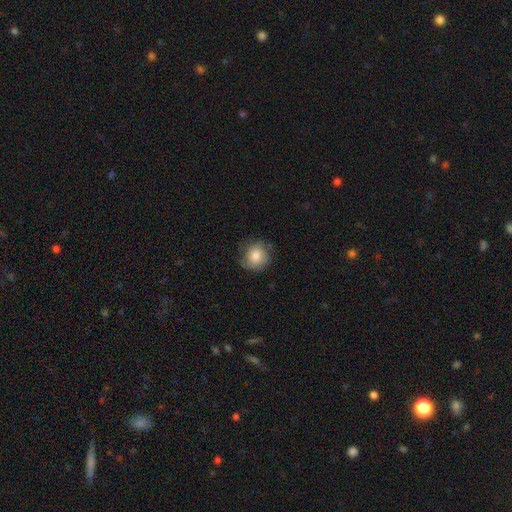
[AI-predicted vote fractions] Overall: smooth (75%). How rounded: round (88%). Merging: none (72%).